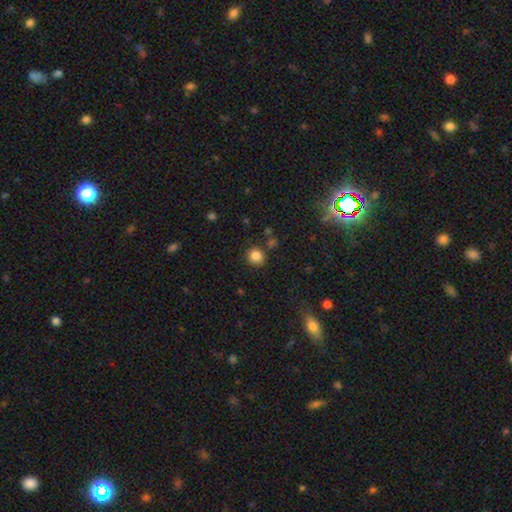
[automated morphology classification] Q: Smooth or featured?
A: smooth (84%); runner-up: star or artifact (12%)
Q: How rounded?
A: round (90%); runner-up: in between (9%)
Q: Merging?
A: none (84%); runner-up: minor disturbance (8%)